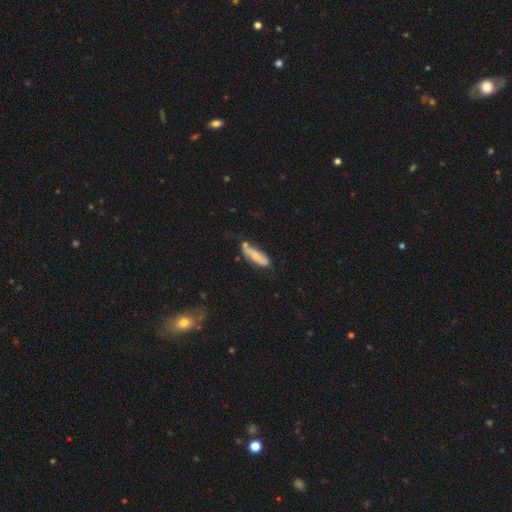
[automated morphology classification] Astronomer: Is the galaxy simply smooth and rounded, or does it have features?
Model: smooth — 53% (runner-up: featured or disk, 41%).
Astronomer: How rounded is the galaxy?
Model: cigar-shaped — 53% (runner-up: in between, 45%).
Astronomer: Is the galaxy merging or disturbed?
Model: none — 60%.